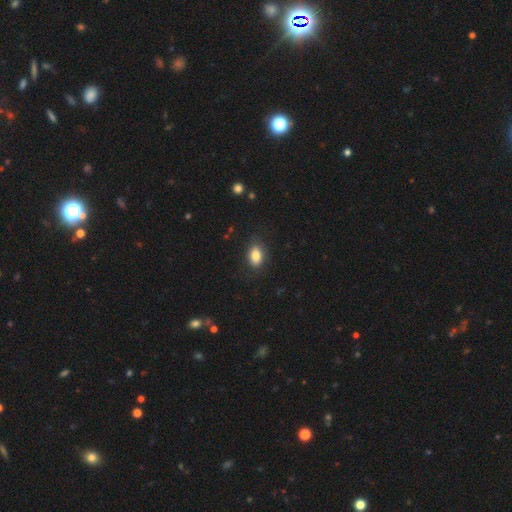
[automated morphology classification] Overall: smooth (82%). How rounded: in between (88%). Merging: none (83%).